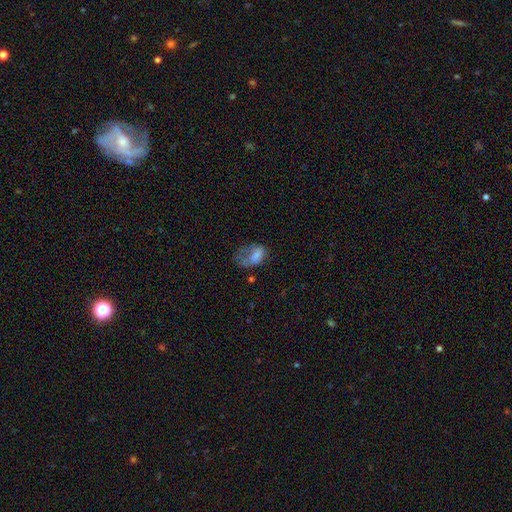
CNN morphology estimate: A smooth galaxy with no disk features (67%) that is in between round and cigar-shaped (86%). Merging: major disturbance (51%).